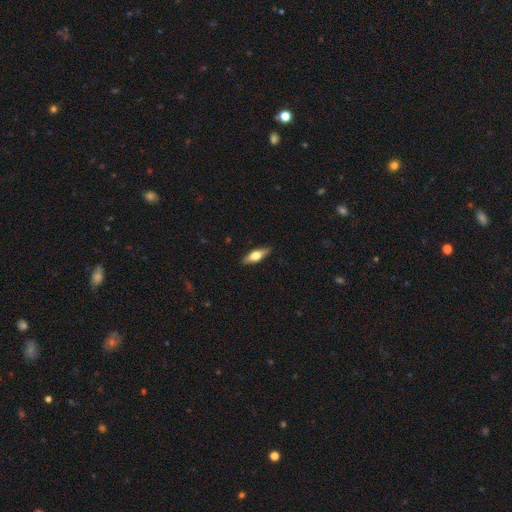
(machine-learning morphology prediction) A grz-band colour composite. It shows a smooth galaxy with no disk features (53%) that is in between round and cigar-shaped (59%). Merging: none (88%).